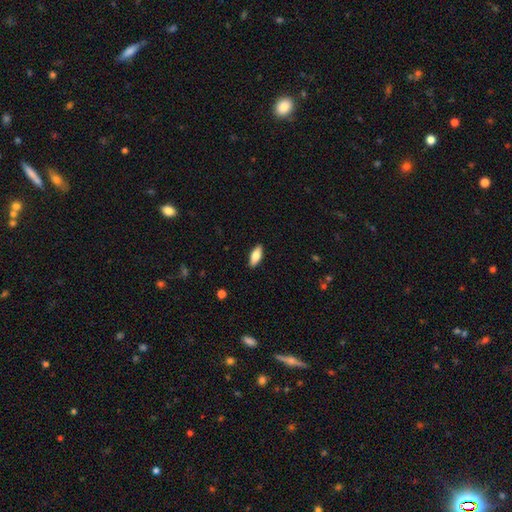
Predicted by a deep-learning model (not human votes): Smooth or featured? Predicted: smooth (p=0.79). How rounded? Predicted: in between (p=0.78). Merging? Predicted: none (p=0.89).